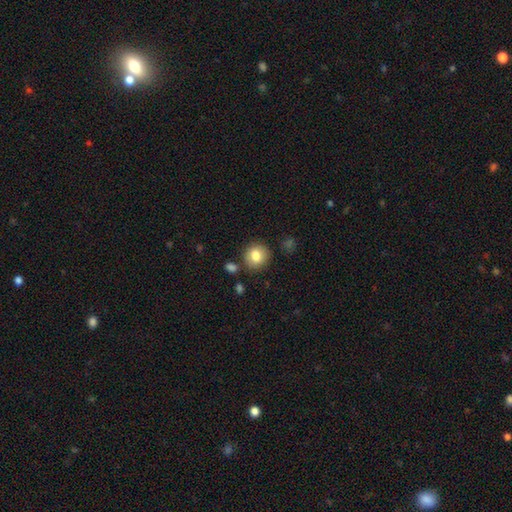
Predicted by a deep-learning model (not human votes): A smooth galaxy with no disk features (81%) that is round (84%).

Vote fractions:
- Smooth or featured? smooth: 81% / star or artifact: 9% / featured or disk: 9%
- How rounded? round: 84% / in between: 16% / cigar-shaped: 1%
- Merging? none: 84% / minor disturbance: 9% / merger: 4% / major disturbance: 3%